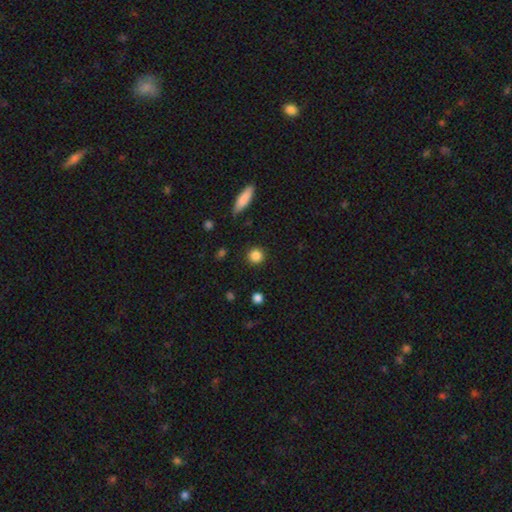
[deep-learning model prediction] Q: Smooth or featured?
A: smooth (86%); runner-up: star or artifact (10%)
Q: How rounded?
A: round (91%); runner-up: in between (7%)
Q: Merging?
A: none (90%); runner-up: minor disturbance (6%)